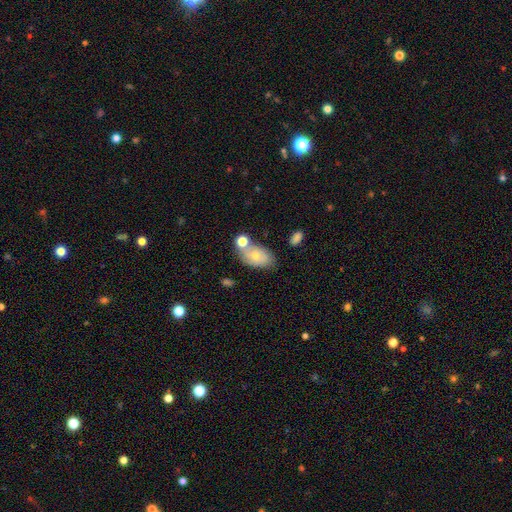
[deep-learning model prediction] This is likely a smooth galaxy (65%). How rounded: clearly in between (87%). Merging: possibly none (48%).